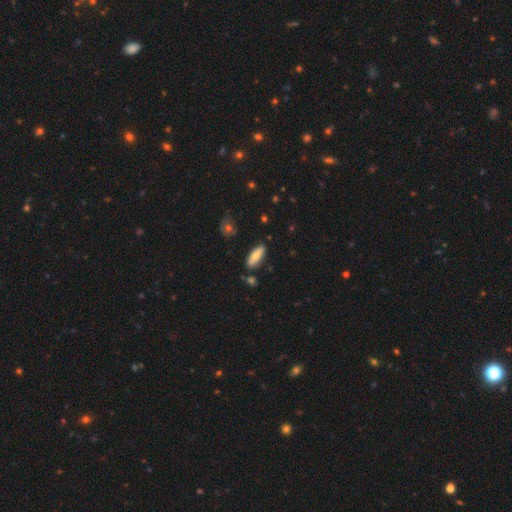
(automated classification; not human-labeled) smooth_or_featured: smooth (p=0.73) [alt: featured or disk p=0.20]
how_rounded: in between (p=0.64) [alt: cigar-shaped p=0.34]
merging: none (p=0.83) [alt: minor disturbance p=0.11]